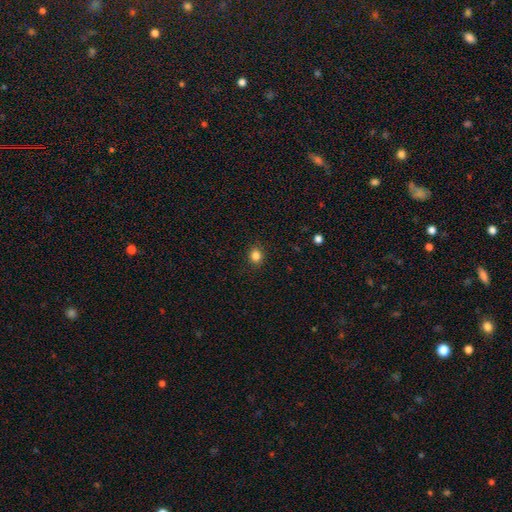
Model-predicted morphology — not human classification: This appears to be a smooth galaxy with no disk features (84%) that is round (78%). Merging: none (90%).